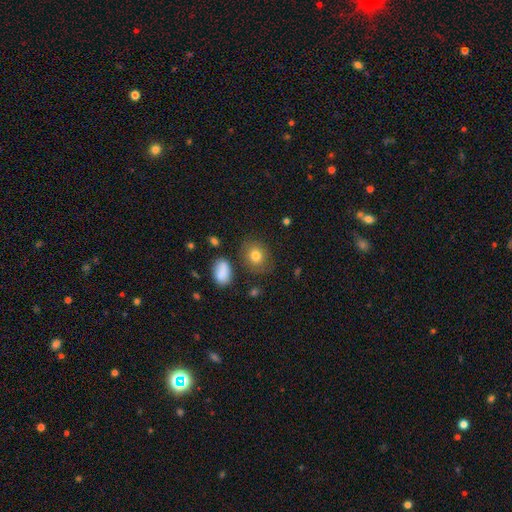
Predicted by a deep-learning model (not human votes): The model was most divided on "how rounded": round: 59%, in between: 39%, cigar-shaped: 1%. More confident: smooth or featured — smooth (79%); merging — none (77%).